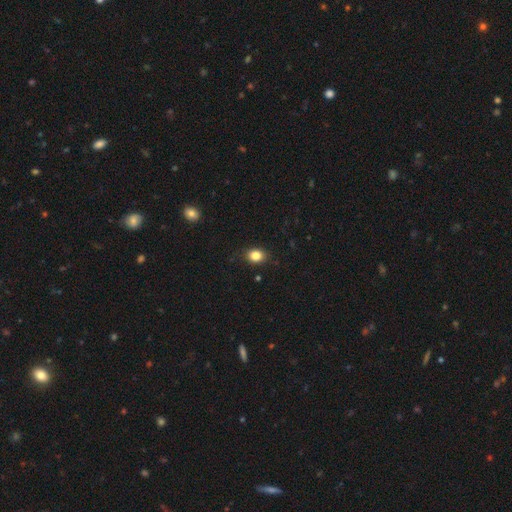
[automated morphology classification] Smooth or featured?
  - smooth: 84% *
  - star or artifact: 10%
  - featured or disk: 6%
How rounded?
  - in between: 55% *
  - round: 44%
  - cigar-shaped: 1%
Merging?
  - none: 86% *
  - minor disturbance: 10%
  - major disturbance: 2%
  - merger: 1%